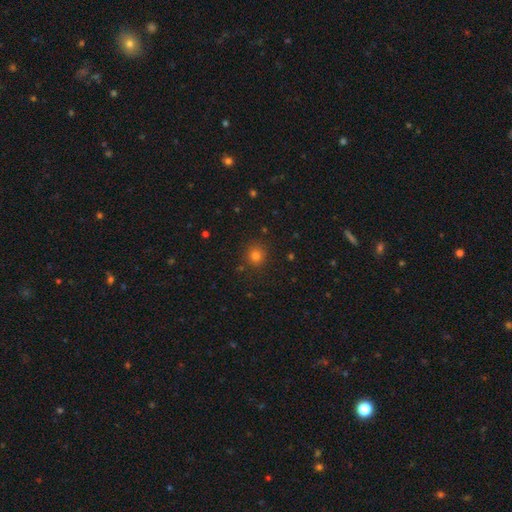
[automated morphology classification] Smooth or featured?
  - smooth: 78% *
  - star or artifact: 16%
  - featured or disk: 6%
How rounded?
  - round: 89% *
  - in between: 10%
  - cigar-shaped: 1%
Merging?
  - none: 88% *
  - minor disturbance: 8%
  - major disturbance: 3%
  - merger: 2%